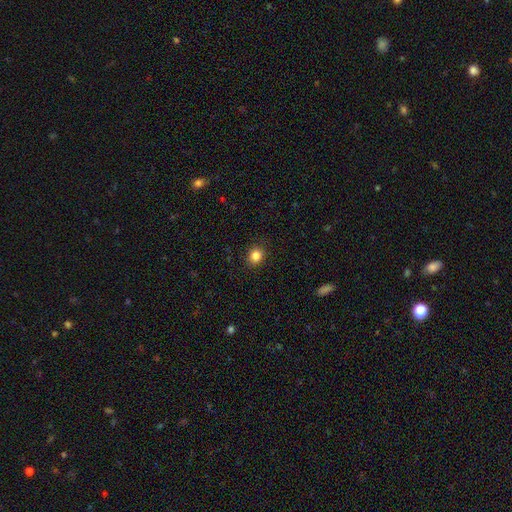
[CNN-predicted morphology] smooth 85%, star or artifact 11%, featured or disk 5%. Down the decision tree: how rounded — round (76%); merging — none (90%).